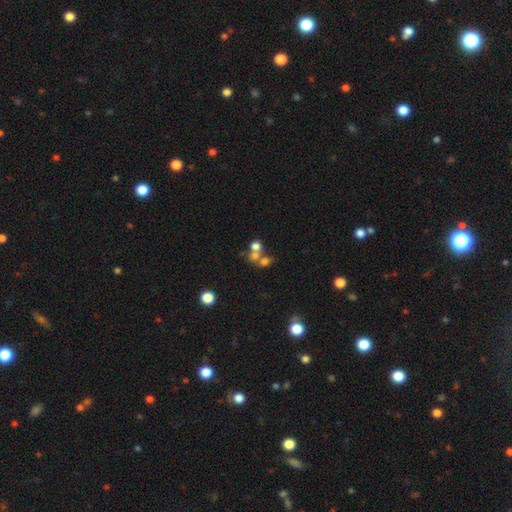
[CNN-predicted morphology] Smooth or featured: smooth — 52% (star or artifact — 26%)
How rounded: round — 72% (in between — 26%)
Merging: merger — 49% (none — 38%)